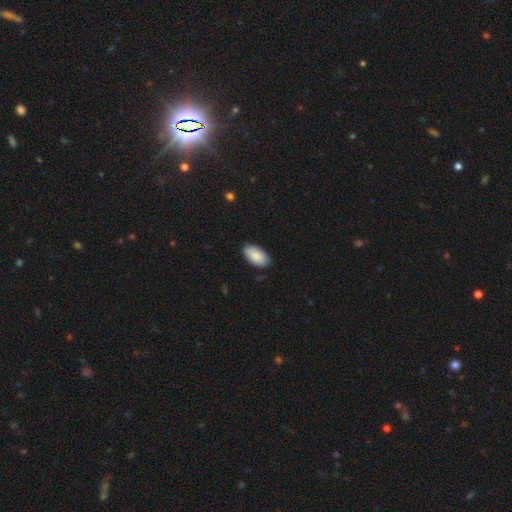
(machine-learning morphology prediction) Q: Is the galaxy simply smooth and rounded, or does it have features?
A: smooth — 88%.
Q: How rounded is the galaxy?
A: in between — 96%.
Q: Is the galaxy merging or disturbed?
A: none — 85%.